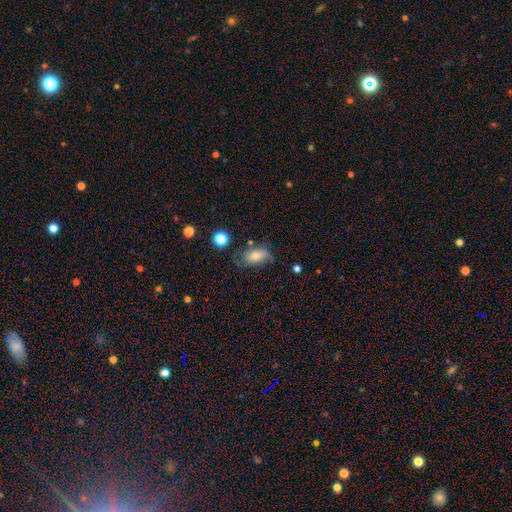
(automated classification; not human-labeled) Smooth or featured?
  - smooth: 51% *
  - featured or disk: 38%
  - star or artifact: 11%
How rounded?
  - in between: 86% *
  - round: 10%
  - cigar-shaped: 4%
Merging?
  - none: 49% *
  - minor disturbance: 30%
  - major disturbance: 17%
  - merger: 5%